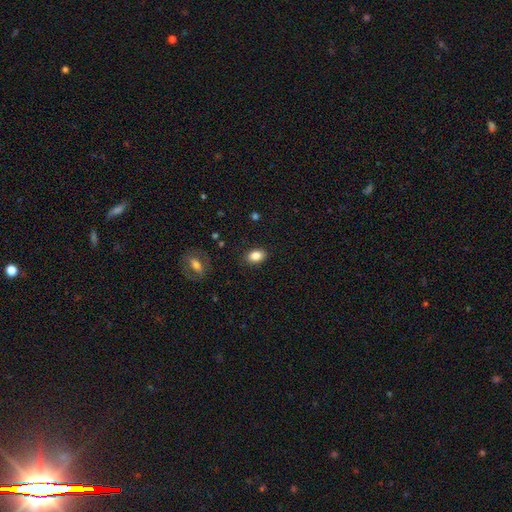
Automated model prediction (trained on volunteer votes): Smooth or featured?
  - smooth: 85% *
  - star or artifact: 9%
  - featured or disk: 7%
How rounded?
  - in between: 83% *
  - round: 15%
  - cigar-shaped: 1%
Merging?
  - none: 87% *
  - minor disturbance: 9%
  - major disturbance: 2%
  - merger: 1%